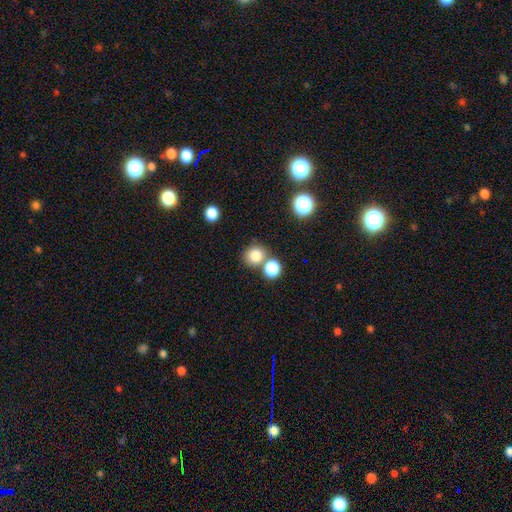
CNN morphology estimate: smooth-or-featured: smooth: 80% | star or artifact: 13% | featured or disk: 7%
  how-rounded: round: 84% | in between: 15% | cigar-shaped: 1%
  merging: none: 65% | merger: 24% | minor disturbance: 9% | major disturbance: 3%